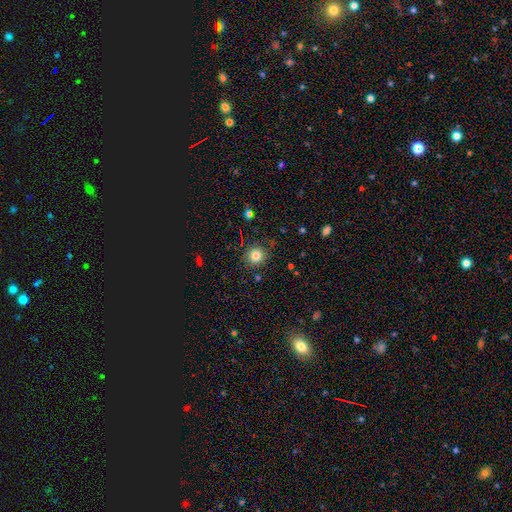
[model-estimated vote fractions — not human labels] Morphology: type=smooth (81%); roundness=round (90%); merging=none (85%).